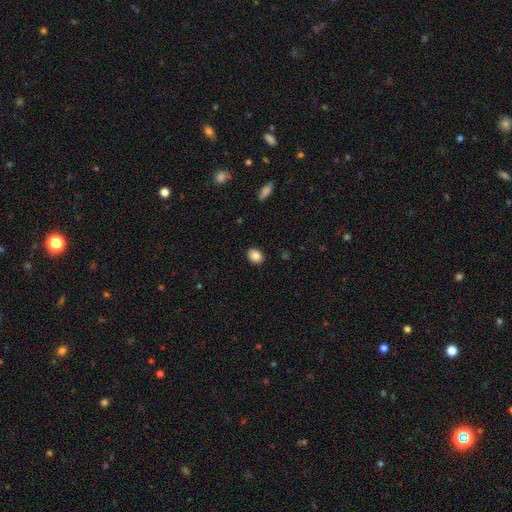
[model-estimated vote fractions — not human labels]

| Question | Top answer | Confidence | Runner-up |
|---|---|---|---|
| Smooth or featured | smooth | 86% | star or artifact (9%) |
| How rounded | in between | 57% | round (42%) |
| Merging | none | 90% | minor disturbance (7%) |